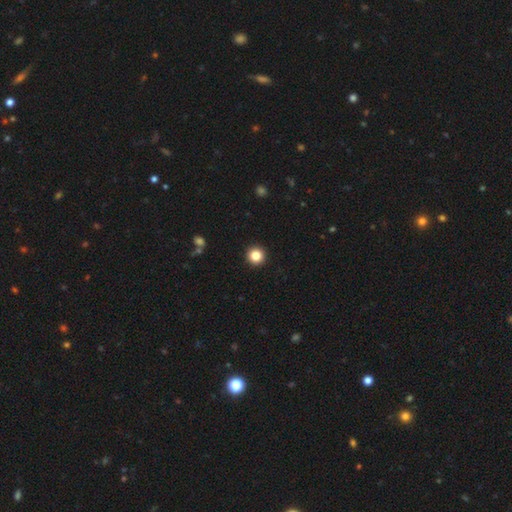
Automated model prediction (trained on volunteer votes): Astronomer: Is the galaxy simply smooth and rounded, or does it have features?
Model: smooth — 85%.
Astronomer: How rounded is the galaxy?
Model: round — 96%.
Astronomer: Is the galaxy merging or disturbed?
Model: none — 94%.